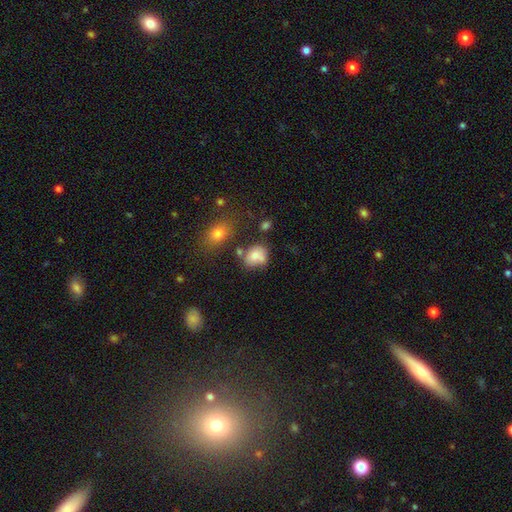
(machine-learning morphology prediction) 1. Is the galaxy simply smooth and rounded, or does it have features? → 73% smooth, 16% featured or disk, 12% star or artifact.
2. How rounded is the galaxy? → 54% in between, 45% round, 1% cigar-shaped.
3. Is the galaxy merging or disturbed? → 47% none, 22% minor disturbance, 21% merger, 9% major disturbance.